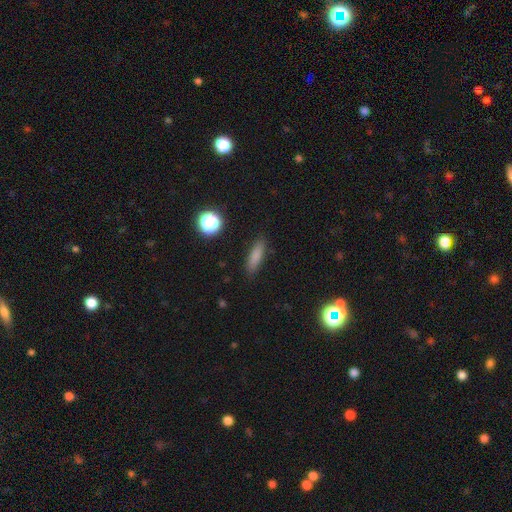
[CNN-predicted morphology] The model was most divided on "how rounded": cigar-shaped: 61%, in between: 35%, round: 4%. More confident: merging — none (87%); smooth or featured — smooth (80%).